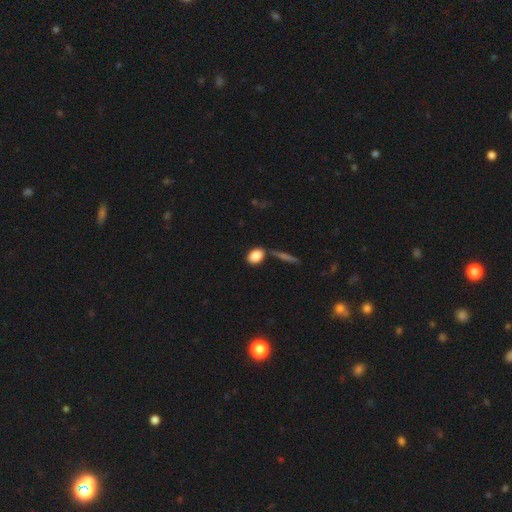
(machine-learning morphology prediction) Q: Smooth or featured?
A: smooth (85%); runner-up: star or artifact (8%)
Q: How rounded?
A: in between (75%); runner-up: round (21%)
Q: Merging?
A: none (70%); runner-up: minor disturbance (14%)